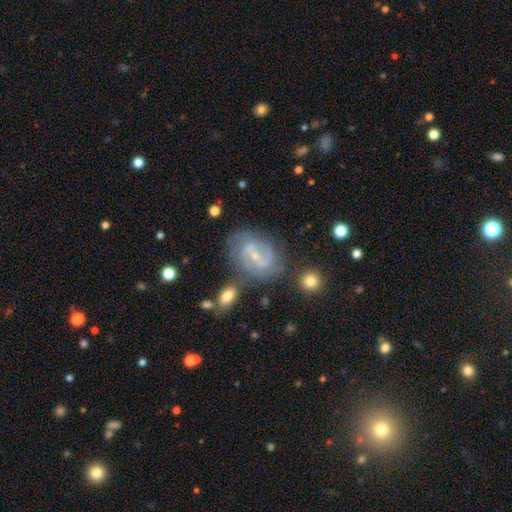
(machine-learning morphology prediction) A featured or disk galaxy (79%) with a weak bar (52%), 2 (61%) medium (45%) spiral arms (89%) and a small central bulge (69%).

Vote fractions:
- Smooth or featured? featured or disk: 79% / smooth: 13% / star or artifact: 8%
- Edge-on disk? no: 96% / yes: 4%
- Bar? weak: 52% / strong: 24% / no: 24%
- Spiral arms? yes: 89% / no: 11%
- Spiral winding? medium: 45% / tight: 35% / loose: 20%
- Spiral arm count? 2: 61% / can't tell: 21% / 3: 8% / 1: 5% / 4: 2% / more than 4: 2%
- Bulge size? small: 69% / moderate: 25% / none: 4% / large: 1% / dominant: 1%
- Merging? none: 60% / minor disturbance: 21% / major disturbance: 11% / merger: 8%